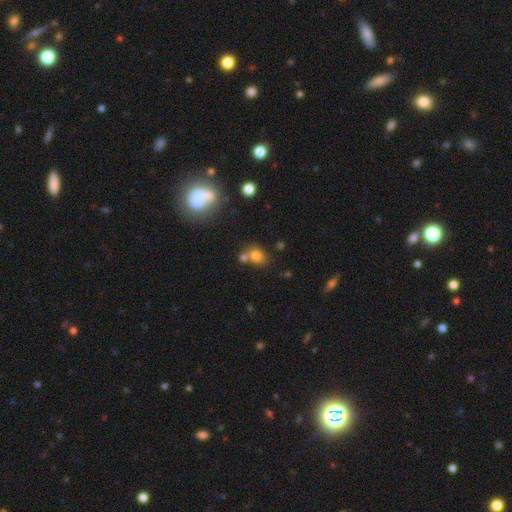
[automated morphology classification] This is likely a smooth galaxy (76%). How rounded: possibly round (58%). Merging: possibly none (54%).